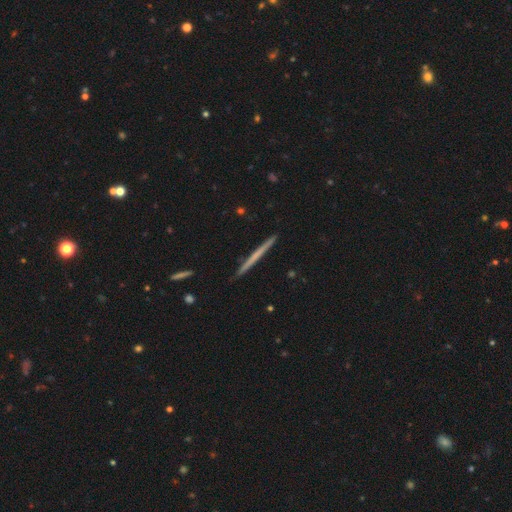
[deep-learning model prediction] smooth-or-featured: featured or disk: 51% | smooth: 44% | star or artifact: 5%
  disk-edge-on: yes: 98% | no: 2%
  merging: none: 92% | minor disturbance: 5% | merger: 1% | major disturbance: 1%